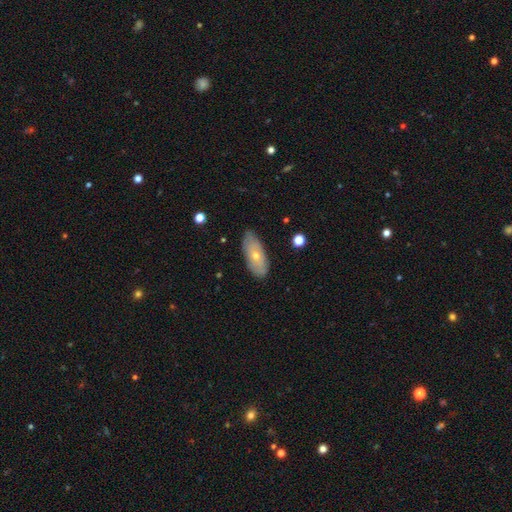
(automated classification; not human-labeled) smooth-or-featured: smooth: 51% | featured or disk: 41% | star or artifact: 8%
  how-rounded: in between: 84% | cigar-shaped: 12% | round: 4%
  merging: none: 81% | minor disturbance: 15% | major disturbance: 3% | merger: 1%